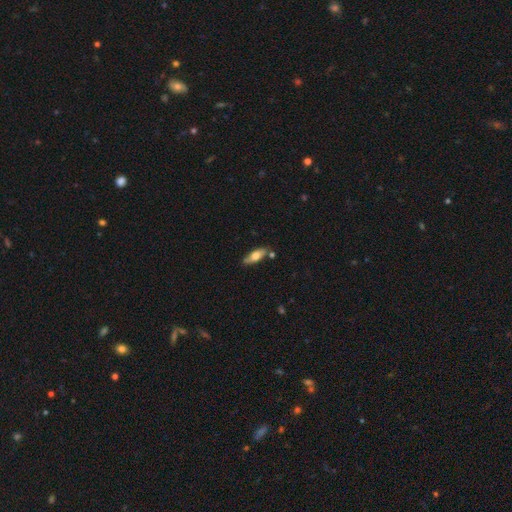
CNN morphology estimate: A smooth galaxy with no disk features (59%) that is in between round and cigar-shaped (60%).

Vote fractions:
- Smooth or featured? smooth: 59% / featured or disk: 35% / star or artifact: 6%
- How rounded? in between: 60% / cigar-shaped: 37% / round: 2%
- Merging? none: 77% / minor disturbance: 14% / merger: 6% / major disturbance: 3%